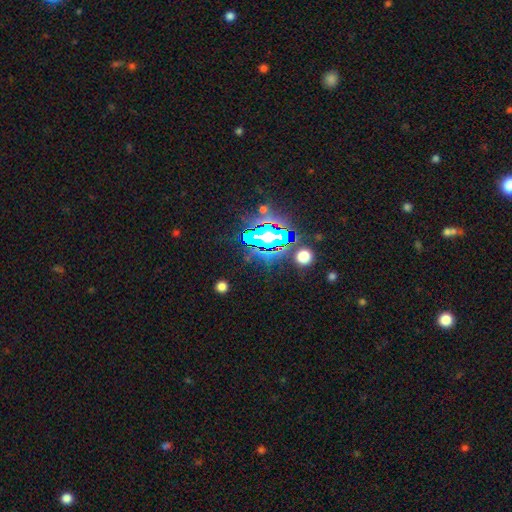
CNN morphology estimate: smooth-or-featured: star or artifact: 82% | smooth: 10% | featured or disk: 7%